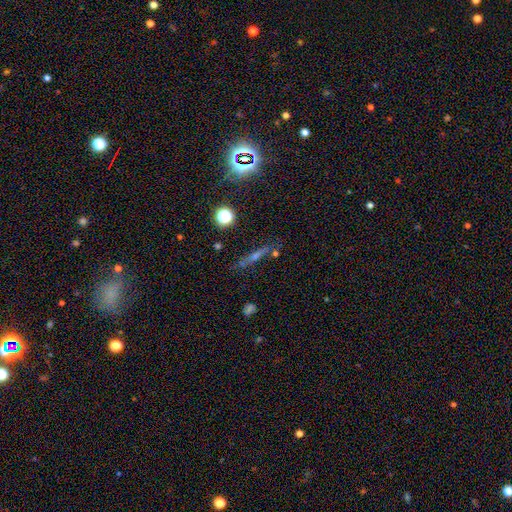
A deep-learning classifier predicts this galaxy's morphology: This appears to be a featured or disk galaxy (47%). Merging: none (79%).